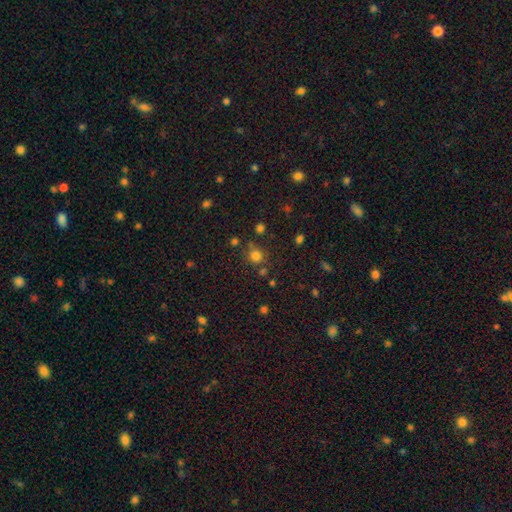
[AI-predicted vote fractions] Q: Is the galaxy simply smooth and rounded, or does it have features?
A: smooth — 76%.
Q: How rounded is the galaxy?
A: round — 89%.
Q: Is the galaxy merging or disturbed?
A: none — 73%.